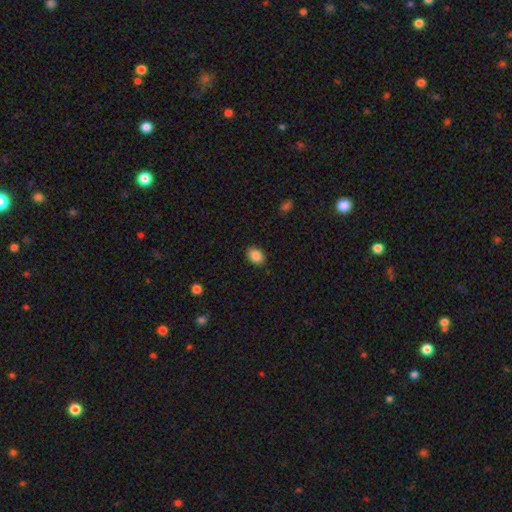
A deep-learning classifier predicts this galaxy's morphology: smooth 88%, star or artifact 8%, featured or disk 4%. Down the decision tree: how rounded — in between (64%); merging — none (88%).